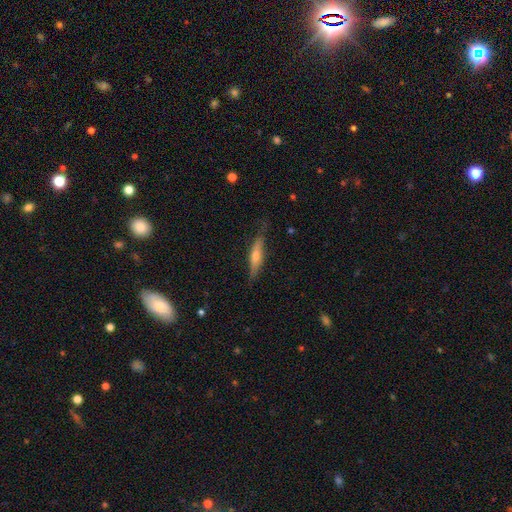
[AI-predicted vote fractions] Smooth or featured? Predicted: featured or disk (p=0.53). Edge-on disk? Predicted: yes (p=0.89). Merging? Predicted: none (p=0.77).